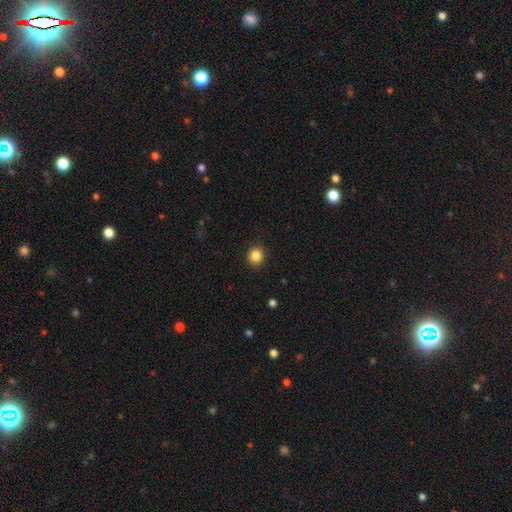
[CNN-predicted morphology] The model was most divided on "how rounded": round: 80%, in between: 19%, cigar-shaped: 1%. More confident: merging — none (90%); smooth or featured — smooth (86%).